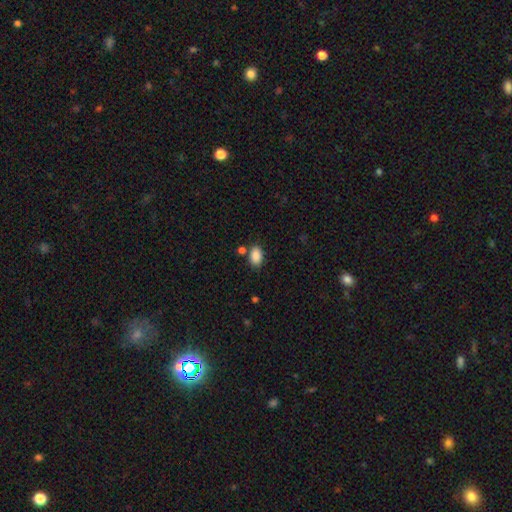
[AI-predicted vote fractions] A smooth galaxy with no disk features (88%) that is in between round and cigar-shaped (88%). Merging: none (76%).